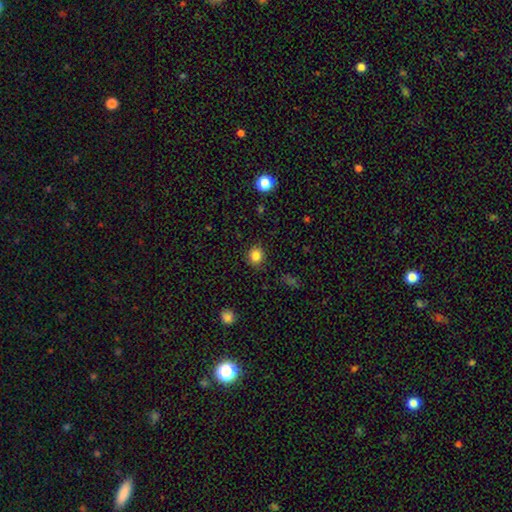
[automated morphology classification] This appears to be a smooth galaxy with no disk features (84%) that is round (85%). Merging: none (89%).